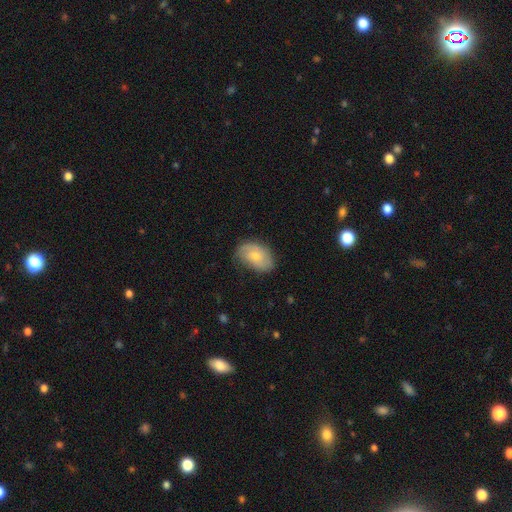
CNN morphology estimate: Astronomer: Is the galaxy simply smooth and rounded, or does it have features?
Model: smooth — 60%.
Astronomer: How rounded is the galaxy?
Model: in between — 87%.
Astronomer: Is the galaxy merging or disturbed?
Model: none — 66%.